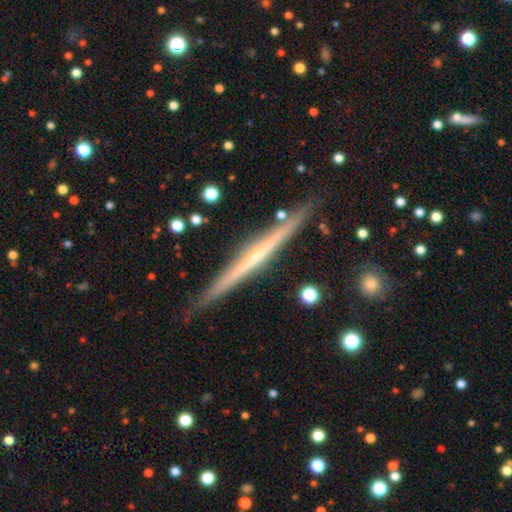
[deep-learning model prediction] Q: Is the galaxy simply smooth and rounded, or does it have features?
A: featured or disk — 71%.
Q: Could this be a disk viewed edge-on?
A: yes — 98%.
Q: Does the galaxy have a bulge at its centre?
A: none — 80%.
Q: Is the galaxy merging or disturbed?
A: none — 88%.